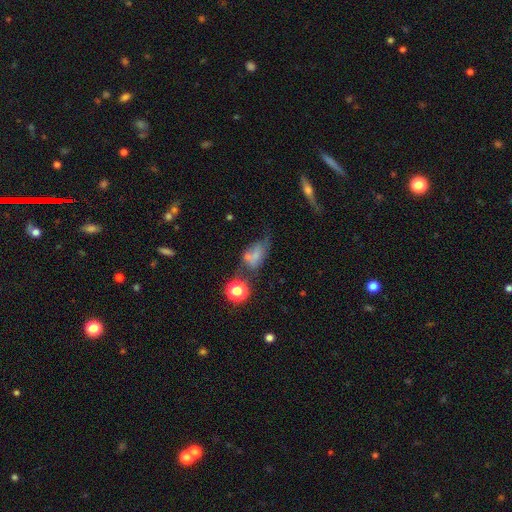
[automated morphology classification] Smooth or featured? smooth (44%)
Merging? none (40%)